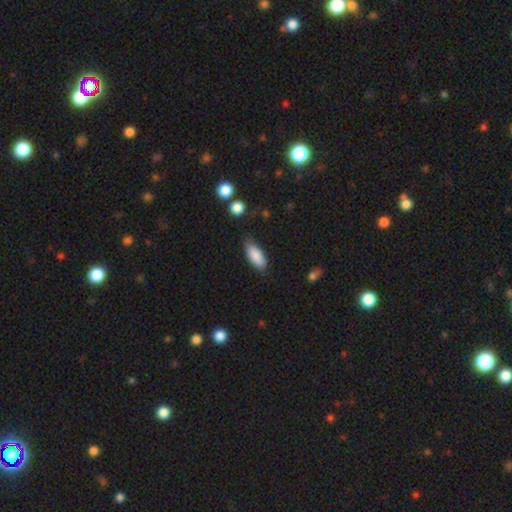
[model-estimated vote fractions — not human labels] This appears to be a smooth galaxy with no disk features (87%) that is in between round and cigar-shaped (79%). Merging: none (73%).